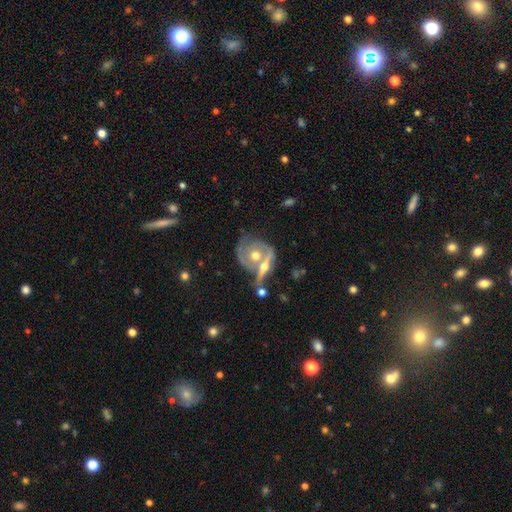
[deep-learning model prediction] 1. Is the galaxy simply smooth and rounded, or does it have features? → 74% featured or disk, 20% smooth, 5% star or artifact.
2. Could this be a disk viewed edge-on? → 84% no, 16% yes.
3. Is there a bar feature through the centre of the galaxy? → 75% no, 18% weak, 6% strong.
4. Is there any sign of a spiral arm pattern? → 71% yes, 29% no.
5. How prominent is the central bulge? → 75% moderate, 14% small, 8% large, 2% none, 1% dominant.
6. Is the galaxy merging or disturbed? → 48% merger, 31% none, 13% minor disturbance, 9% major disturbance.